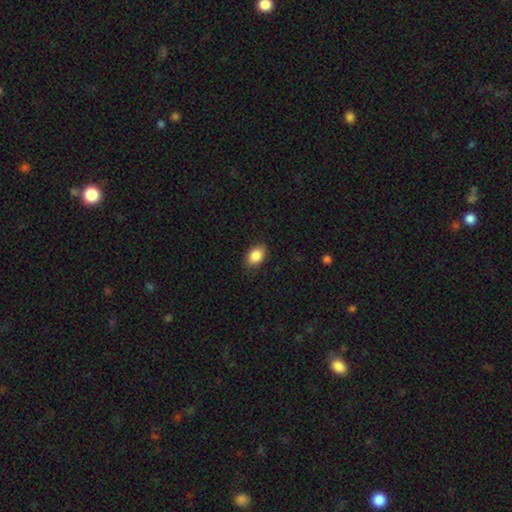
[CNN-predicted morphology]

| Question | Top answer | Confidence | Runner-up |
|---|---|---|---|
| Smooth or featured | smooth | 87% | star or artifact (8%) |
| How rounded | in between | 83% | round (15%) |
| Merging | none | 86% | minor disturbance (10%) |